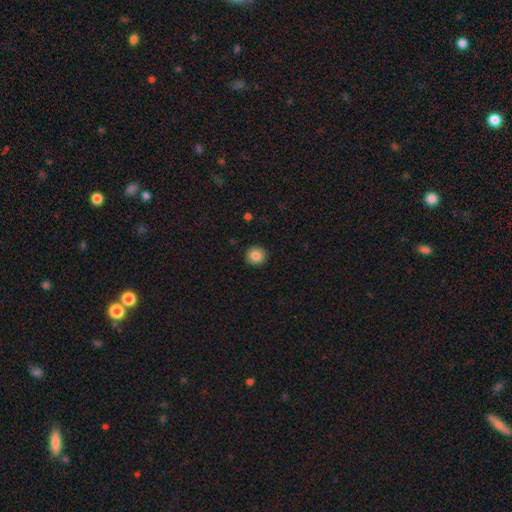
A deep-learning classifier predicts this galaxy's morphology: The model was most divided on "smooth or featured": smooth: 84%, star or artifact: 8%, featured or disk: 7%. More confident: how rounded — round (94%); merging — none (92%).